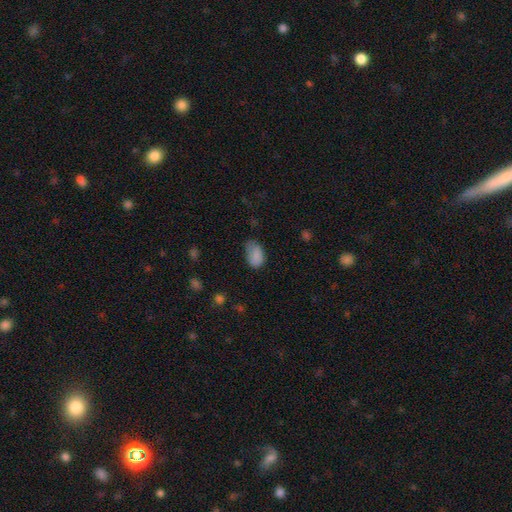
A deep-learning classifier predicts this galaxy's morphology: Smooth or featured? smooth (85%)
How rounded? in between (91%)
Merging? none (50%)